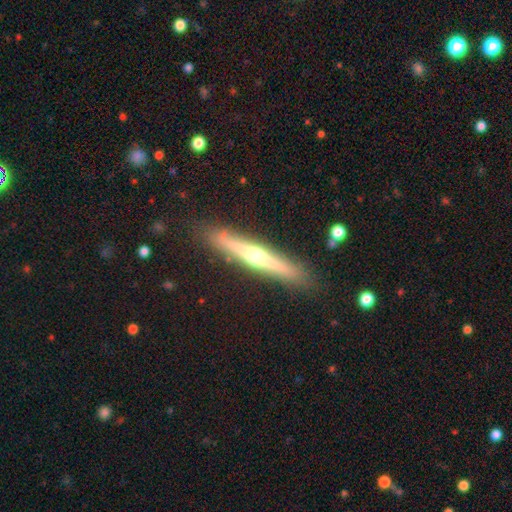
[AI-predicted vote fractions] Smooth or featured: featured or disk — 68% (smooth — 26%)
Edge-on disk: yes — 97% (no — 3%)
Edge-on bulge: rounded — 89% (none — 7%)
Merging: none — 89% (minor disturbance — 8%)